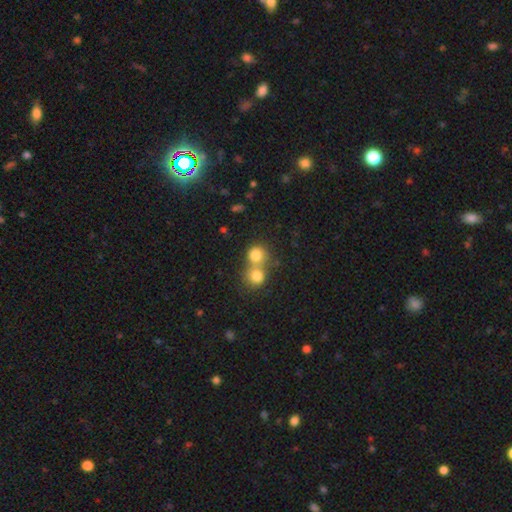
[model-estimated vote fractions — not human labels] smooth_or_featured: smooth (p=0.78) [alt: star or artifact p=0.12]
how_rounded: round (p=0.86) [alt: in between p=0.13]
merging: merger (p=0.56) [alt: none p=0.37]